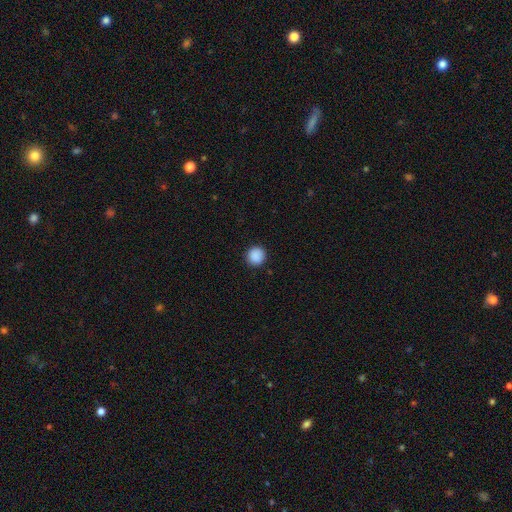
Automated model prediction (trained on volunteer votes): Smooth or featured? Predicted: smooth (p=0.89). How rounded? Predicted: round (p=0.94). Merging? Predicted: none (p=0.92).